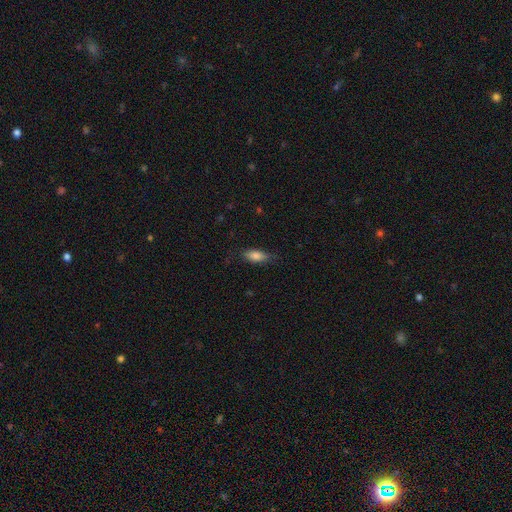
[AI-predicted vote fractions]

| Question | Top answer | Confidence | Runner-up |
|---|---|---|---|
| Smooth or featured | smooth | 79% | featured or disk (13%) |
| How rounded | in between | 76% | cigar-shaped (21%) |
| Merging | none | 75% | minor disturbance (20%) |